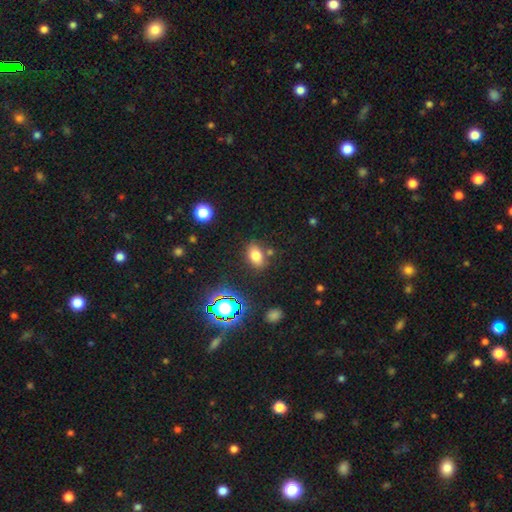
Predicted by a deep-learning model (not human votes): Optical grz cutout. It shows a smooth galaxy with no disk features (74%) that is in between round and cigar-shaped (82%). Merging: none (77%).